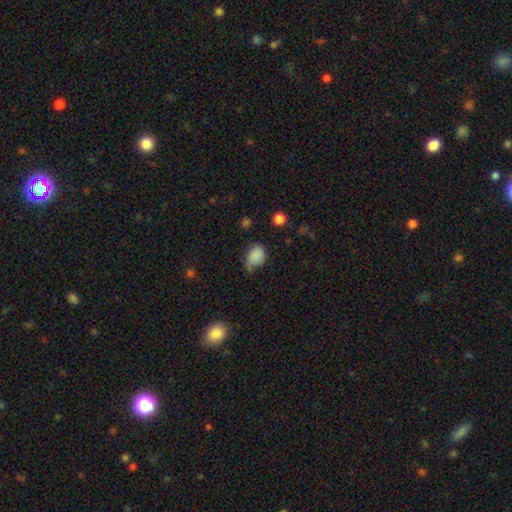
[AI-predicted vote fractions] smooth 84%, star or artifact 10%, featured or disk 7%. Down the decision tree: how rounded — in between (60%); merging — none (46%).